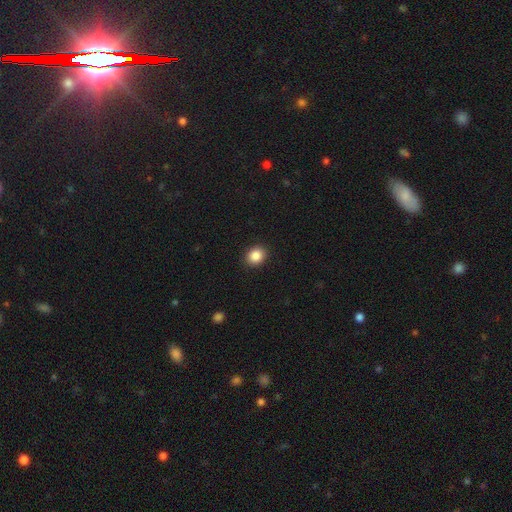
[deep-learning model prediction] smooth_or_featured: smooth (p=0.87) [alt: star or artifact p=0.09]
how_rounded: round (p=0.62) [alt: in between p=0.37]
merging: none (p=0.91) [alt: minor disturbance p=0.06]